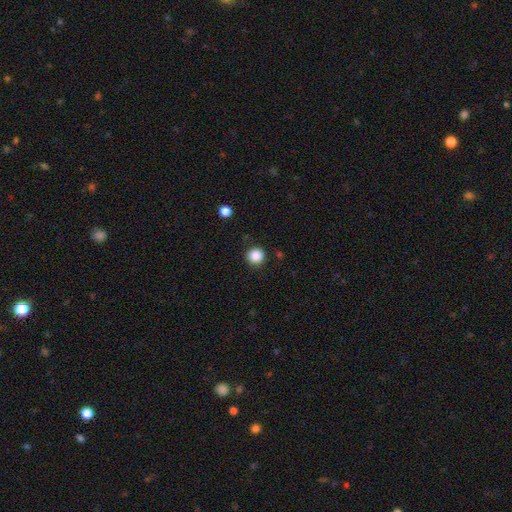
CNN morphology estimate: This is clearly a smooth galaxy (87%). How rounded: clearly round (95%). Merging: clearly none (90%).